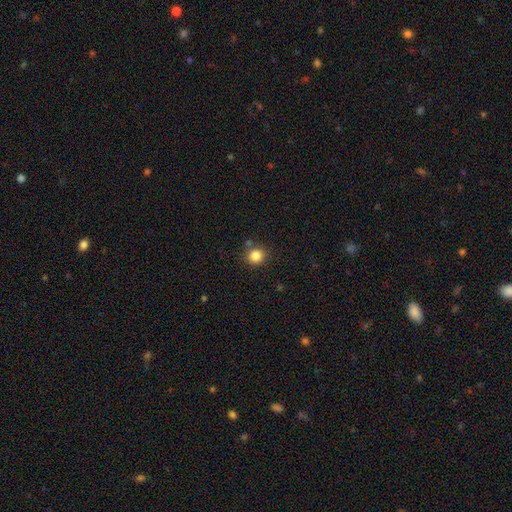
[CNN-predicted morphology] smooth 85%, star or artifact 11%, featured or disk 4%. Down the decision tree: how rounded — round (90%); merging — none (81%).